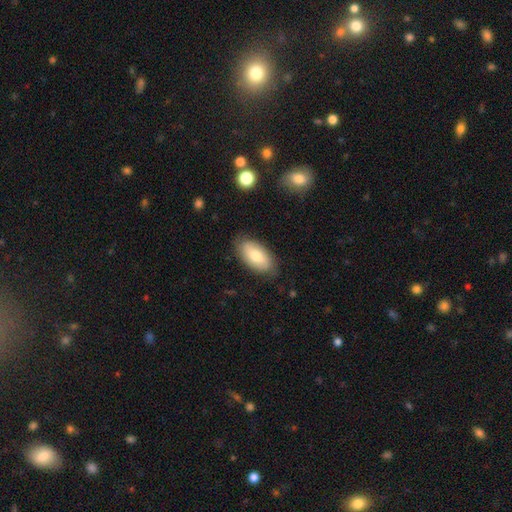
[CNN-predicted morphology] smooth_or_featured: smooth (p=0.73) [alt: featured or disk p=0.20]
how_rounded: in between (p=0.94) [alt: cigar-shaped p=0.03]
merging: none (p=0.82) [alt: minor disturbance p=0.14]